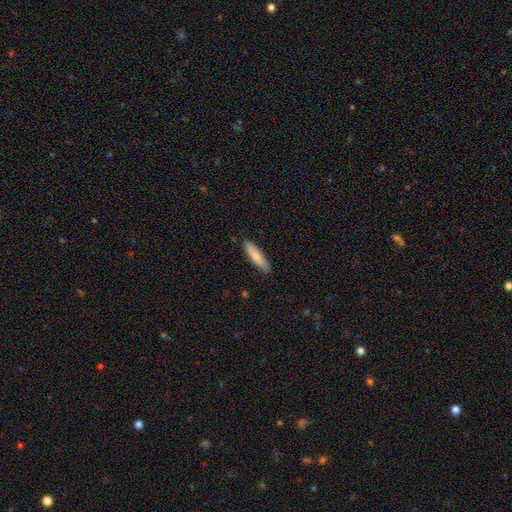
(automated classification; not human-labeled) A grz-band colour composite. It shows a smooth galaxy with no disk features (78%) that is cigar-shaped (71%). Merging: none (86%).